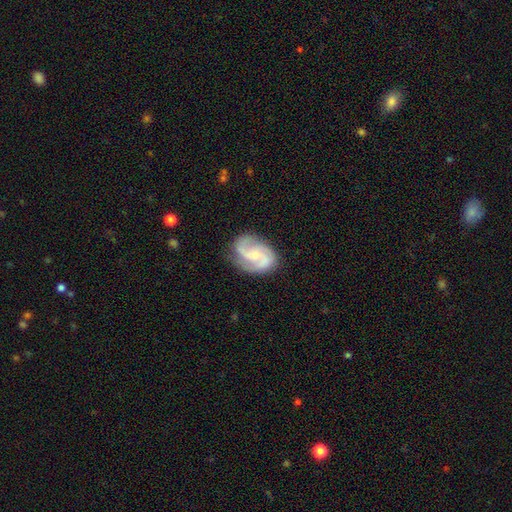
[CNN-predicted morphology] A featured or disk galaxy (84%) with no bar (53%), 2 (77%) medium (51%) spiral arms (96%) and a small central bulge (63%). Merging: none (74%).